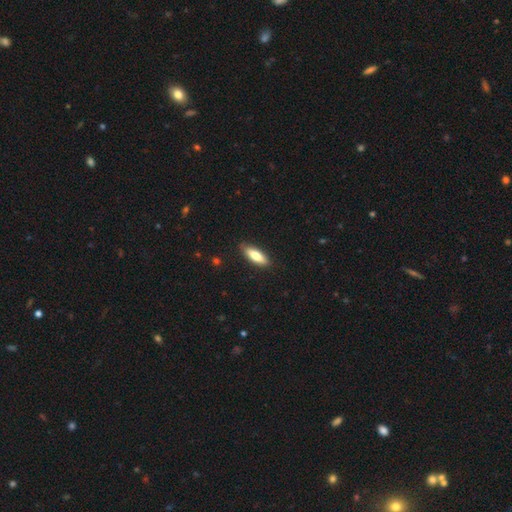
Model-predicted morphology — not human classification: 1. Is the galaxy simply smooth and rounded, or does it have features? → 78% smooth, 17% featured or disk, 6% star or artifact.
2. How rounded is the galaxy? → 57% in between, 41% cigar-shaped, 2% round.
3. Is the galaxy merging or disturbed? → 86% none, 11% minor disturbance, 2% major disturbance, 1% merger.